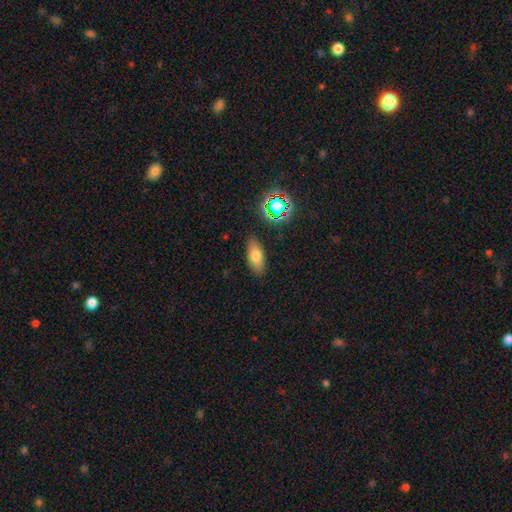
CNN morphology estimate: The model was most divided on "smooth or featured": smooth: 72%, featured or disk: 16%, star or artifact: 12%. More confident: merging — none (86%); how rounded — in between (82%).